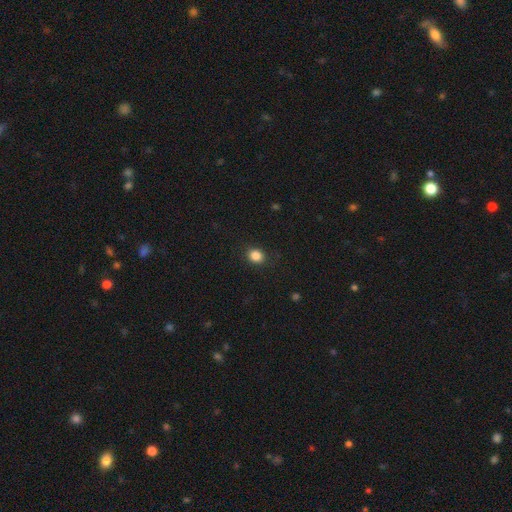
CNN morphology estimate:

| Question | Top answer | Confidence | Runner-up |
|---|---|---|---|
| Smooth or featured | smooth | 85% | star or artifact (11%) |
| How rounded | round | 75% | in between (24%) |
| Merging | none | 89% | minor disturbance (7%) |